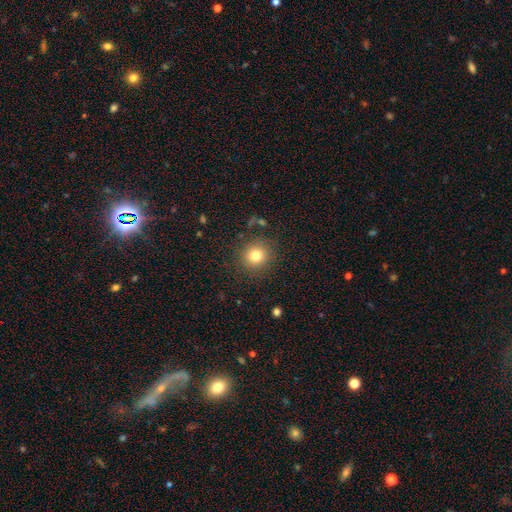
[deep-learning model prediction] This appears to be a smooth galaxy with no disk features (80%) that is round (90%). Merging: none (86%).